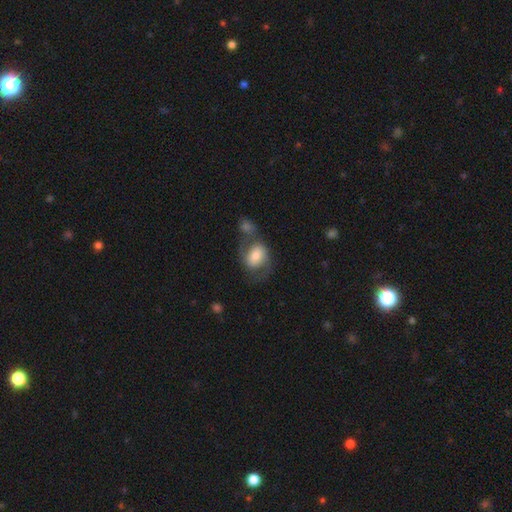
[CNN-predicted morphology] The model was most divided on "merging": none: 38%, merger: 31%, minor disturbance: 17%, major disturbance: 15%. More confident: how rounded — in between (60%); smooth or featured — smooth (52%).